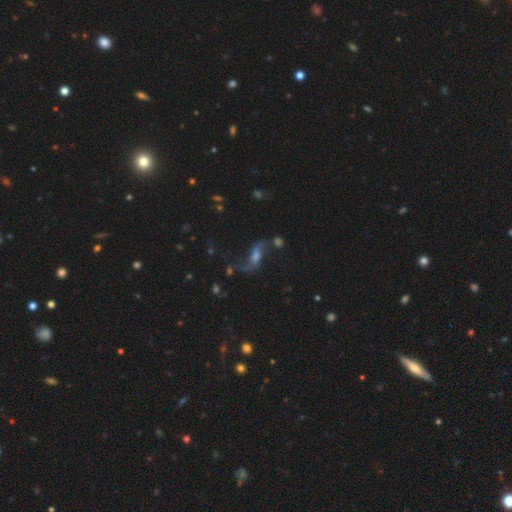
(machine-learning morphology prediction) The model was most divided on "bar": weak: 41%, no: 39%, strong: 19%. Remaining: spiral arms — yes (90%); spiral arm count — 2 (89%); edge-on disk — no (88%); spiral winding — loose (88%); smooth or featured — featured or disk (71%); merging — none (57%); bulge size — moderate (44%).